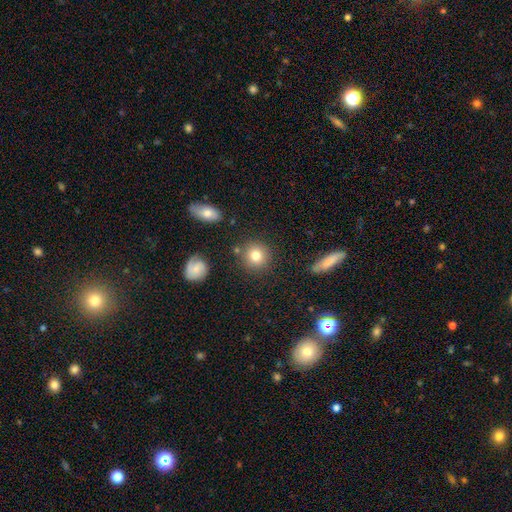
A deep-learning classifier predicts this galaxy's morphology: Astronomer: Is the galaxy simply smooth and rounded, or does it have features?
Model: smooth — 81%.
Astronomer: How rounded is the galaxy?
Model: round — 91%.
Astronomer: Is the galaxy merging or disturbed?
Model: none — 85%.